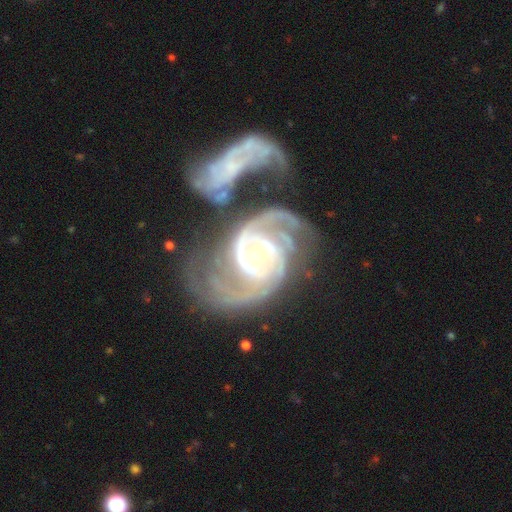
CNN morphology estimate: This is clearly a featured or disk galaxy (92%). It is clearly not viewed edge-on (98%). Bar: possibly no (45%). Spiral arm pattern: clearly yes (97%). Spiral arm count: marginally 2 (45%). Spiral winding: marginally tight (43%). Central bulge: likely moderate (67%). Merging: marginally merger (43%).